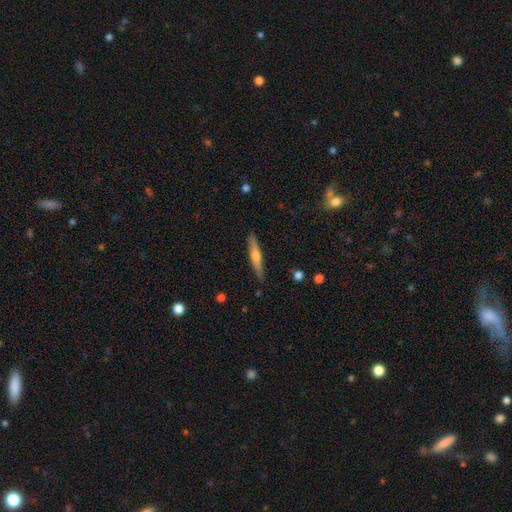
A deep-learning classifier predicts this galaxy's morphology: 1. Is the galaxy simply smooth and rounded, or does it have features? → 52% featured or disk, 42% smooth, 6% star or artifact.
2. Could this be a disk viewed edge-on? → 95% yes, 5% no.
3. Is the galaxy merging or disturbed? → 89% none, 8% minor disturbance, 1% major disturbance, 1% merger.